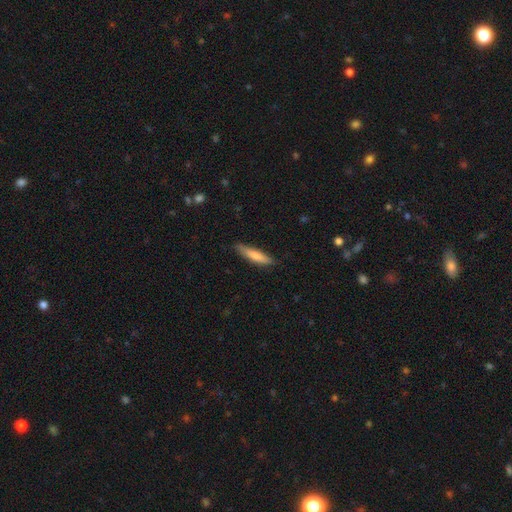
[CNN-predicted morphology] smooth_or_featured: smooth (p=0.75) [alt: featured or disk p=0.19]
how_rounded: cigar-shaped (p=0.85) [alt: in between p=0.14]
merging: none (p=0.81) [alt: minor disturbance p=0.16]